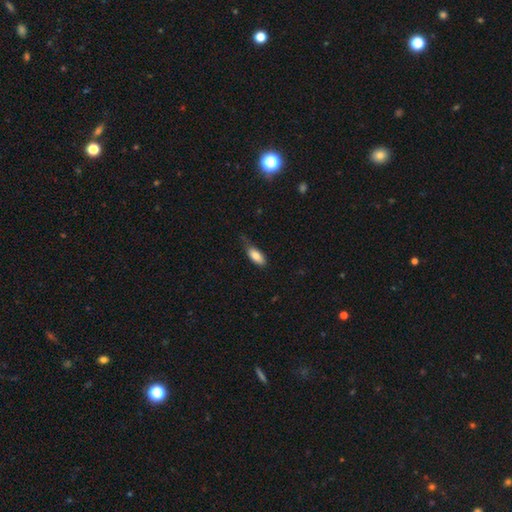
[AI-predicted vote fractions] smooth-or-featured: smooth: 82% | featured or disk: 11% | star or artifact: 7%
  how-rounded: in between: 86% | cigar-shaped: 12% | round: 3%
  merging: none: 50% | minor disturbance: 36% | major disturbance: 12% | merger: 2%